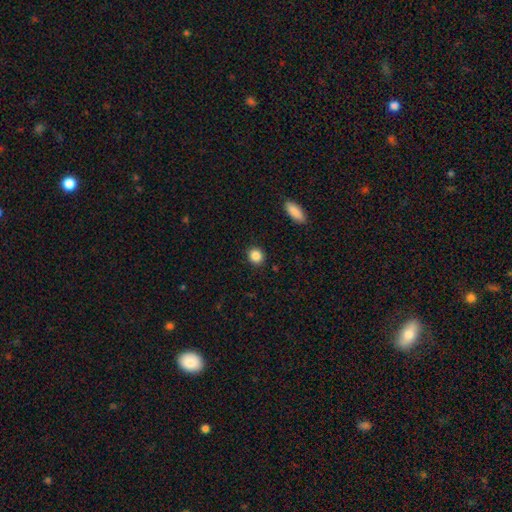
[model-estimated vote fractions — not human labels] The model was most divided on "how rounded": round: 81%, in between: 18%, cigar-shaped: 1%. More confident: merging — none (91%); smooth or featured — smooth (87%).